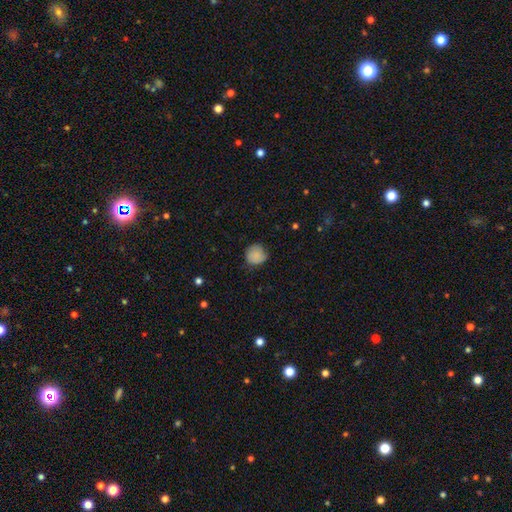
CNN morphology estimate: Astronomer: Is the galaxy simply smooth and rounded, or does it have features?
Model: smooth — 85%.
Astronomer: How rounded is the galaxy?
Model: round — 89%.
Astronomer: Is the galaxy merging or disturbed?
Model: none — 74%.